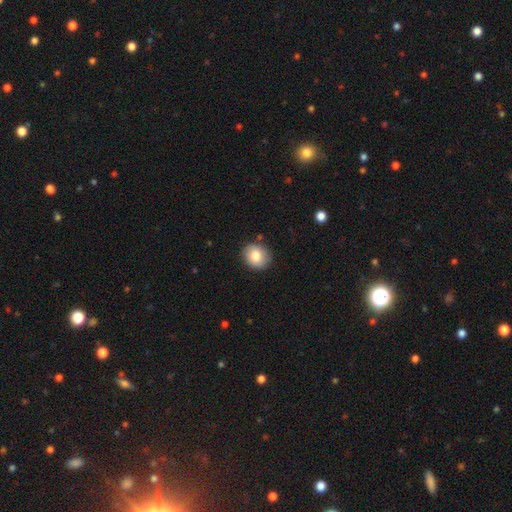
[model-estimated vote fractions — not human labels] smooth_or_featured: smooth (p=0.82) [alt: featured or disk p=0.11]
how_rounded: round (p=0.68) [alt: in between p=0.31]
merging: none (p=0.85) [alt: minor disturbance p=0.11]